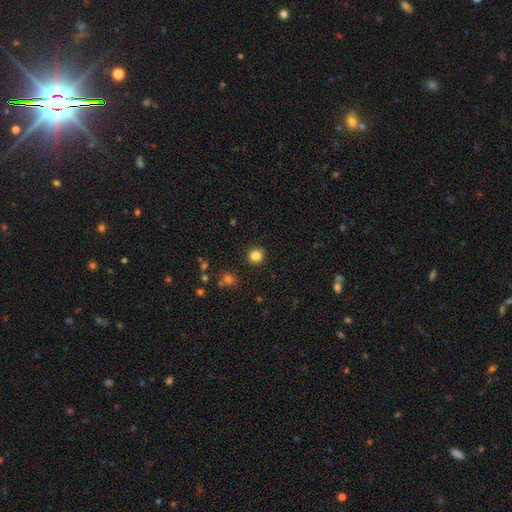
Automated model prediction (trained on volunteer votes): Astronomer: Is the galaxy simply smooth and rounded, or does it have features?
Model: smooth — 82%.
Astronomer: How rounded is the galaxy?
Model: round — 72%.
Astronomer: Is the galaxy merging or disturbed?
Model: none — 76%.